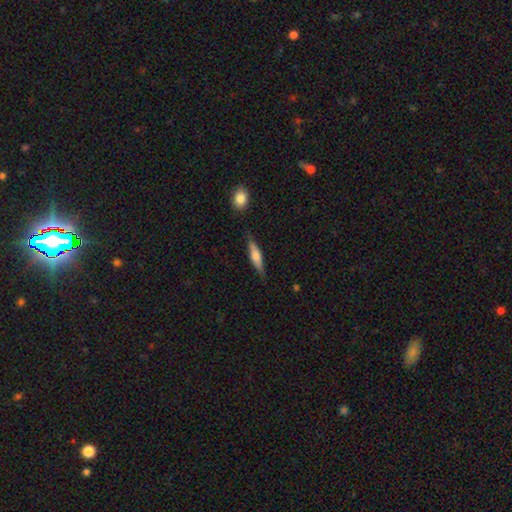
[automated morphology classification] Smooth or featured?
  - smooth: 53% *
  - featured or disk: 41%
  - star or artifact: 6%
How rounded?
  - cigar-shaped: 73% *
  - in between: 24%
  - round: 2%
Merging?
  - none: 80% *
  - minor disturbance: 15%
  - major disturbance: 3%
  - merger: 2%